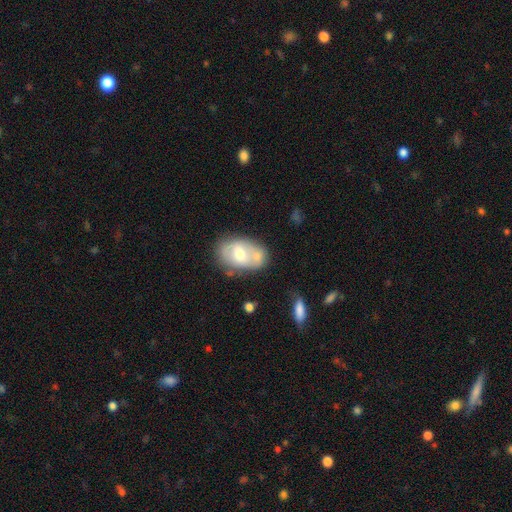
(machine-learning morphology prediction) smooth 53%, featured or disk 40%, star or artifact 7%. Down the decision tree: how rounded — in between (83%); merging — none (42%).